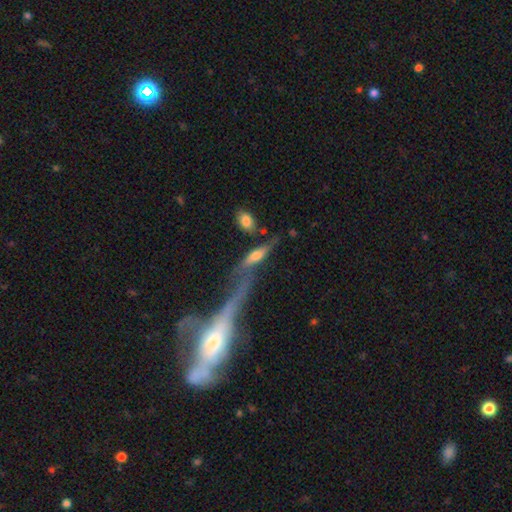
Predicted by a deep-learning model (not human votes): Smooth or featured: featured or disk — 45% (tied with smooth — 45%)
Merging: none — 45% (merger — 24%)